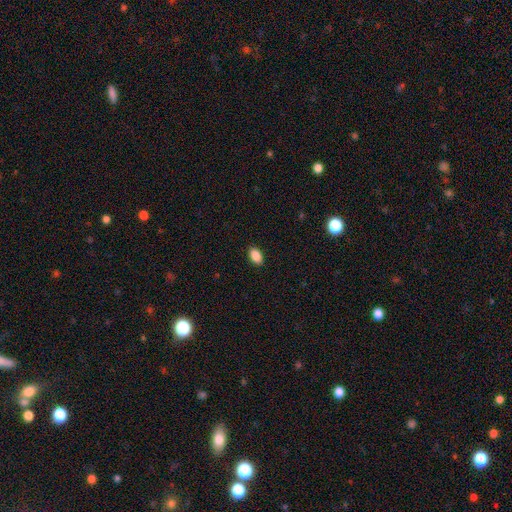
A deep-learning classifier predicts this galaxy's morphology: The model was most divided on "smooth or featured": smooth: 88%, star or artifact: 8%, featured or disk: 4%. More confident: how rounded — in between (90%); merging — none (90%).